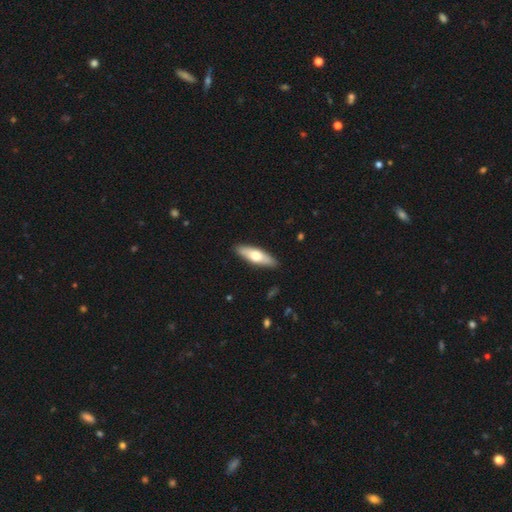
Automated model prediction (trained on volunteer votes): Smooth or featured? Predicted: smooth (p=0.58). How rounded? Predicted: cigar-shaped (p=0.55). Merging? Predicted: none (p=0.90).